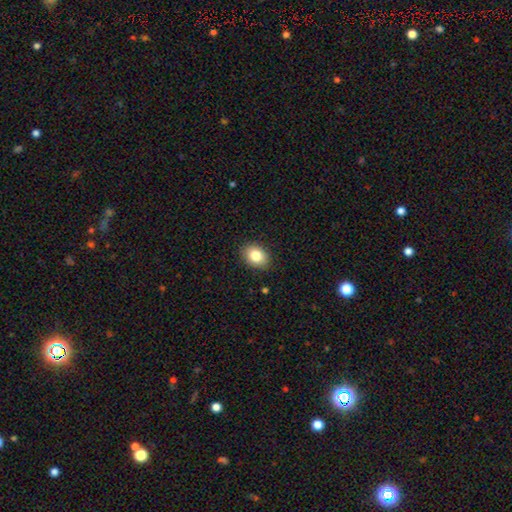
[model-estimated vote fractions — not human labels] Smooth or featured? smooth (83%)
How rounded? in between (61%)
Merging? none (89%)